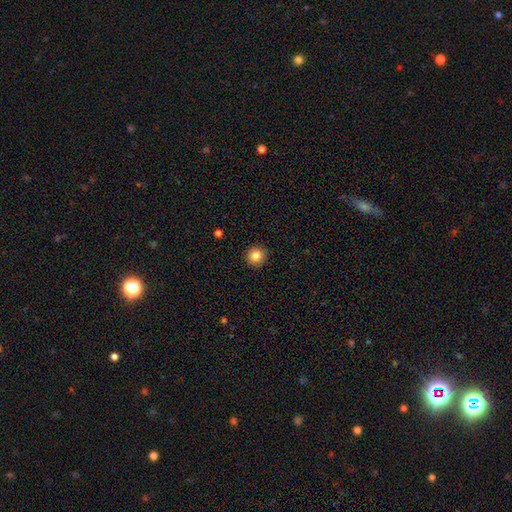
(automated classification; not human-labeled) The model was most divided on "smooth or featured": smooth: 85%, star or artifact: 10%, featured or disk: 5%. More confident: merging — none (91%); how rounded — round (90%).